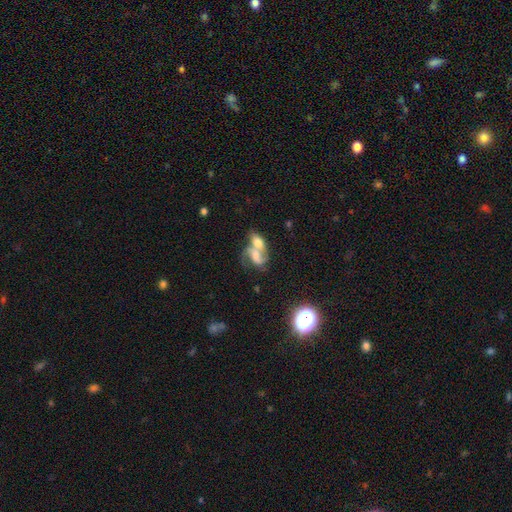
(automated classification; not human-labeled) smooth-or-featured: featured or disk: 53% | smooth: 35% | star or artifact: 12%
  disk-edge-on: no: 94% | yes: 6%
  merging: merger: 70% | none: 15% | major disturbance: 8% | minor disturbance: 7%